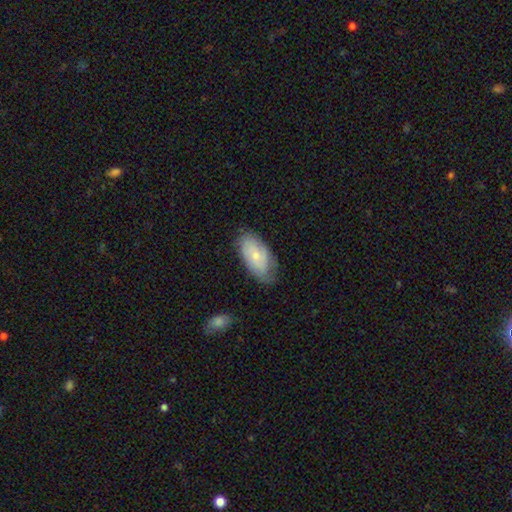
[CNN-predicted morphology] Smooth or featured? Predicted: smooth (p=0.58). How rounded? Predicted: in between (p=0.93). Merging? Predicted: none (p=0.66).